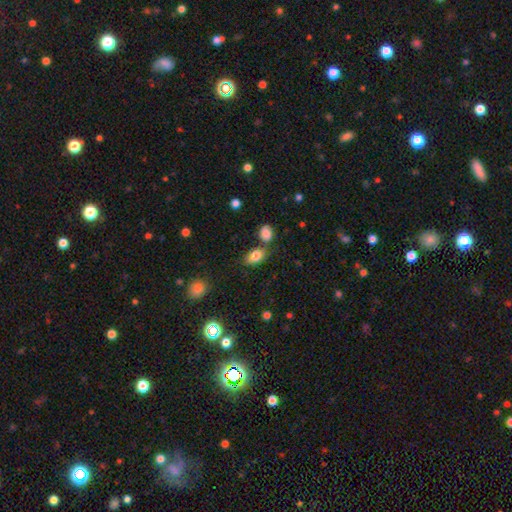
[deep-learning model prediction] Q: Smooth or featured?
A: smooth (82%); runner-up: star or artifact (9%)
Q: How rounded?
A: in between (89%); runner-up: round (9%)
Q: Merging?
A: none (65%); runner-up: merger (18%)